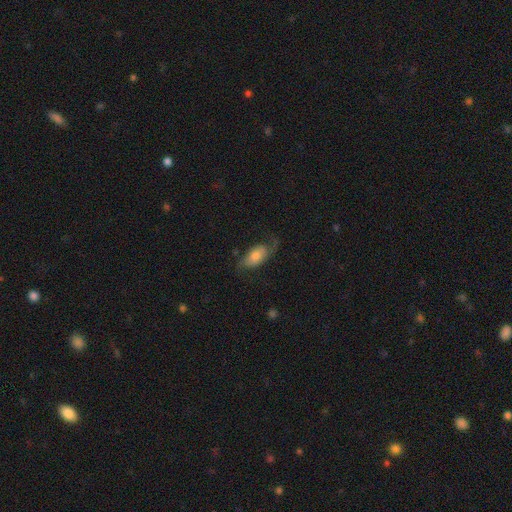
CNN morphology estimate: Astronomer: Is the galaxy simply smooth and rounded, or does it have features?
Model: smooth — 47% (runner-up: featured or disk, 46%).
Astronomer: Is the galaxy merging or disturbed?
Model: none — 52%.